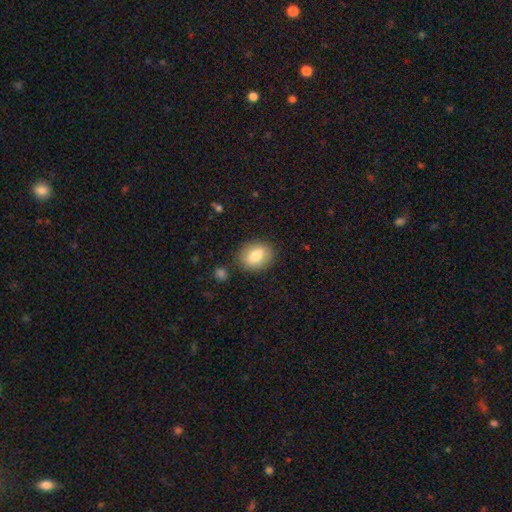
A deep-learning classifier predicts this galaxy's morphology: smooth_or_featured: smooth (p=0.79) [alt: featured or disk p=0.13]
how_rounded: in between (p=0.61) [alt: round p=0.38]
merging: none (p=0.84) [alt: minor disturbance p=0.10]